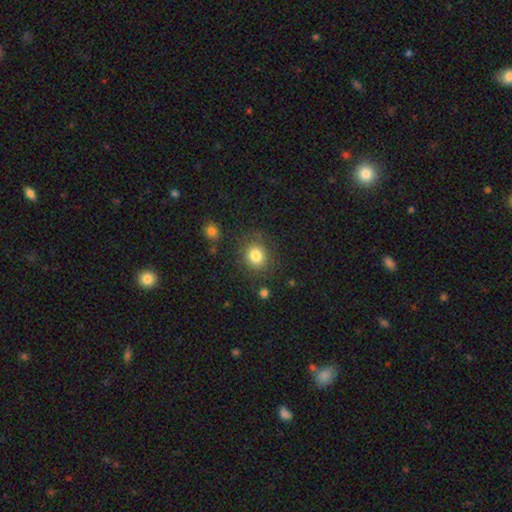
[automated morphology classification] Smooth or featured? smooth (82%)
How rounded? round (79%)
Merging? none (83%)